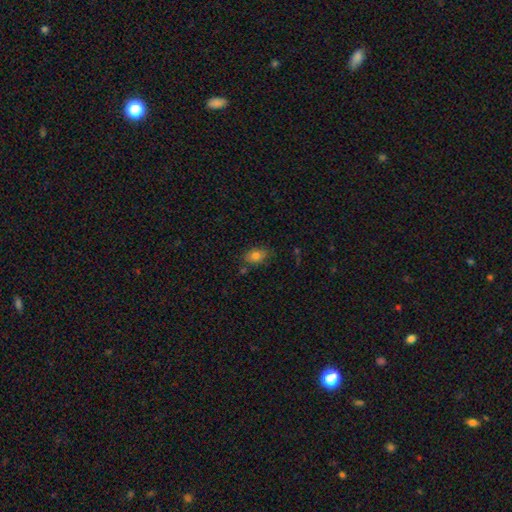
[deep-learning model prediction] Smooth or featured?
  - smooth: 79% *
  - featured or disk: 11%
  - star or artifact: 10%
How rounded?
  - in between: 79% *
  - round: 19%
  - cigar-shaped: 2%
Merging?
  - none: 76% *
  - minor disturbance: 16%
  - merger: 4%
  - major disturbance: 3%